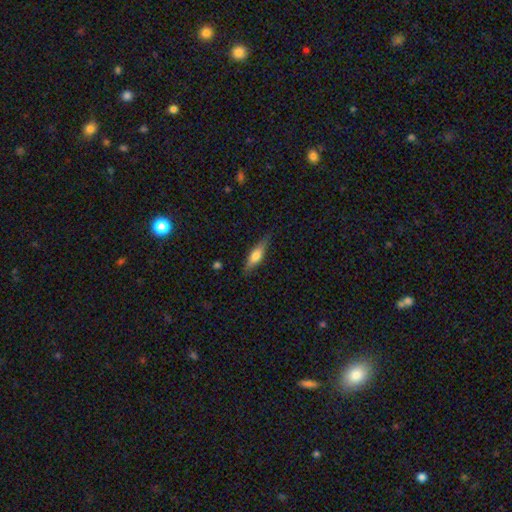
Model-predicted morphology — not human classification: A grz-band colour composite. It shows a smooth galaxy with no disk features (62%) that is cigar-shaped (58%). Merging: none (81%).